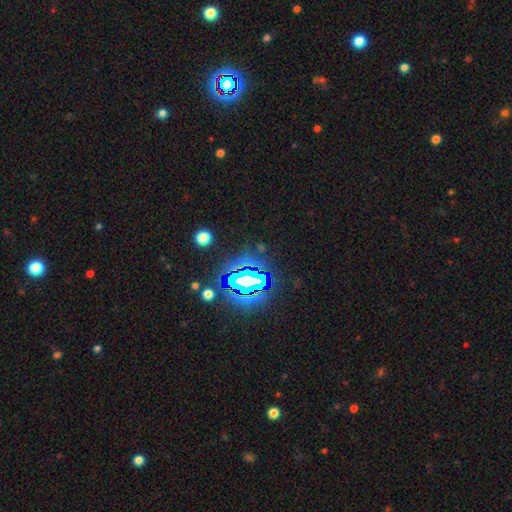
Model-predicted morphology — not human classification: Smooth or featured? Predicted: star or artifact (p=0.80).